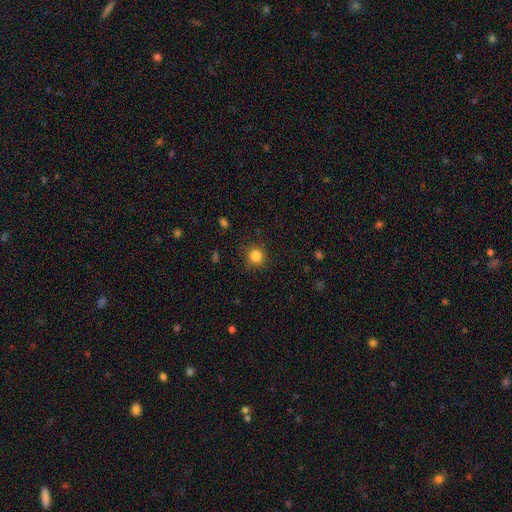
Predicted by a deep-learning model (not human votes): The model was most divided on "smooth or featured": smooth: 84%, star or artifact: 12%, featured or disk: 4%. More confident: how rounded — round (89%); merging — none (87%).